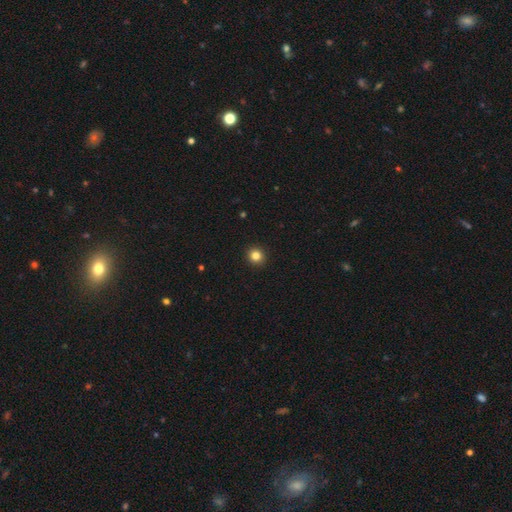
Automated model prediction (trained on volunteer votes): Smooth or featured? Predicted: smooth (p=0.83). How rounded? Predicted: round (p=0.92). Merging? Predicted: none (p=0.93).